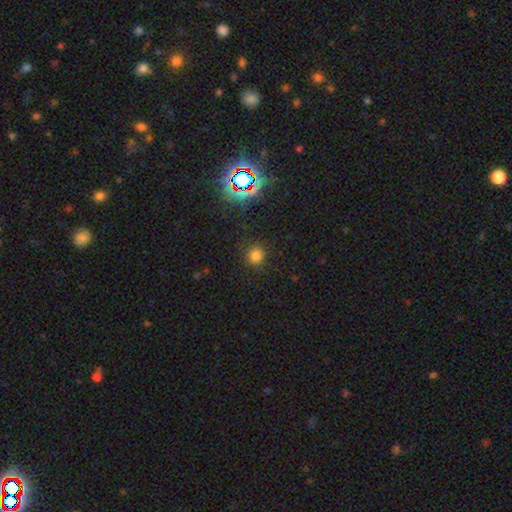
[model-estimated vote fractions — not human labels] smooth 78%, star or artifact 18%, featured or disk 5%. Down the decision tree: how rounded — round (91%); merging — none (89%).